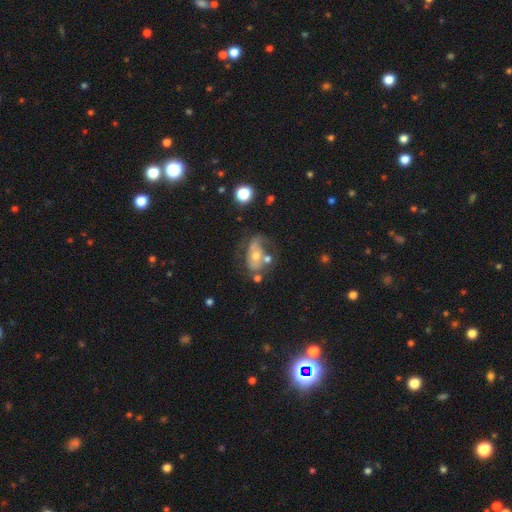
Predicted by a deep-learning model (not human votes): This is possibly a featured or disk galaxy (60%). It is clearly not viewed edge-on (94%). Bar: likely no (69%). Spiral arm pattern: possibly yes (57%). Central bulge: possibly moderate (56%). Merging: marginally none (36%).